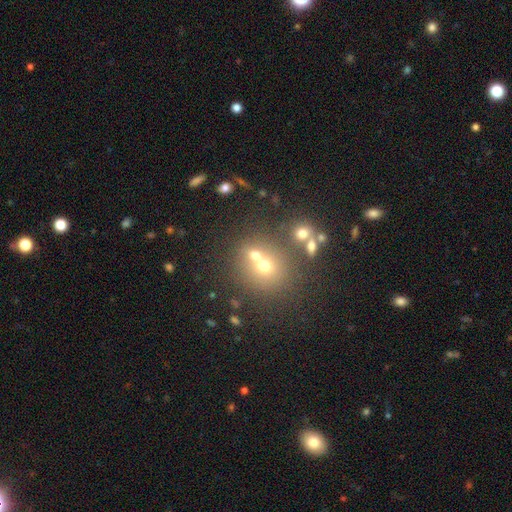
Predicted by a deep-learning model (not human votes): Smooth or featured? Predicted: smooth (p=0.64). How rounded? Predicted: round (p=0.77). Merging? Predicted: merger (p=0.49).